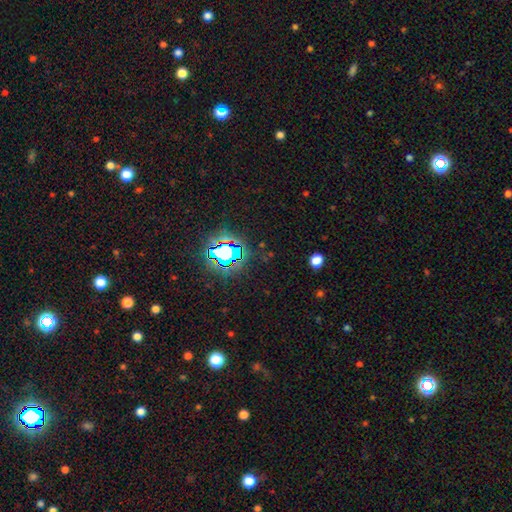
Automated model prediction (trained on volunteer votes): The model was most divided on "smooth or featured": star or artifact: 80%, smooth: 13%, featured or disk: 7%.